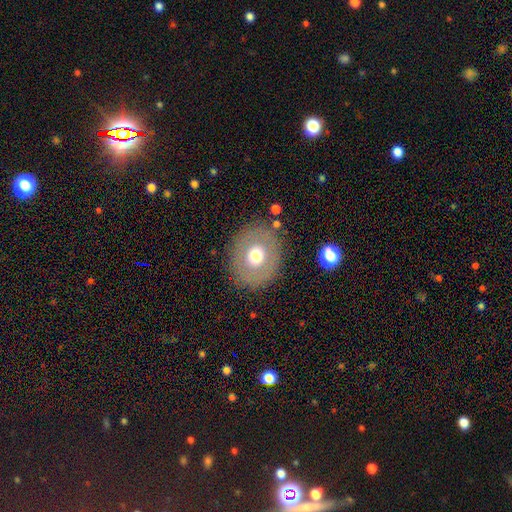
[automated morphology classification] This is possibly a smooth galaxy (59%). How rounded: likely round (65%). Merging: clearly none (83%).